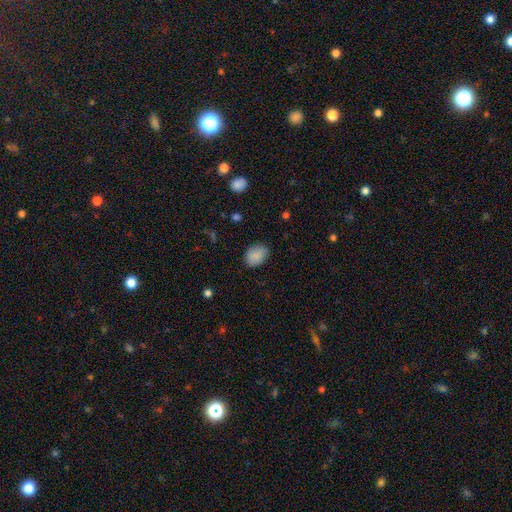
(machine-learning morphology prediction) smooth 88%, star or artifact 7%, featured or disk 4%. Down the decision tree: how rounded — in between (73%); merging — none (81%).